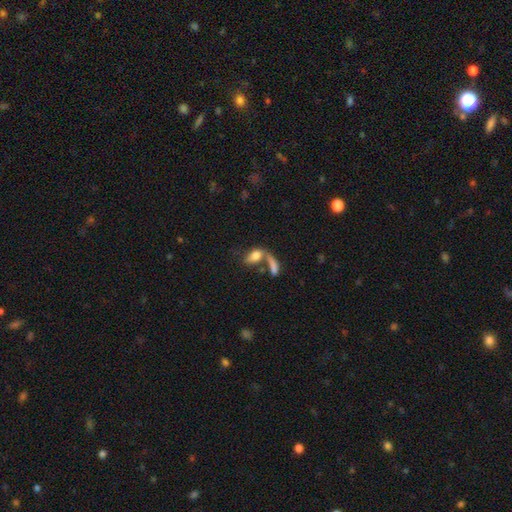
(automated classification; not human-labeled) smooth 72%, featured or disk 18%, star or artifact 10%. Down the decision tree: how rounded — in between (79%); merging — merger (49%).